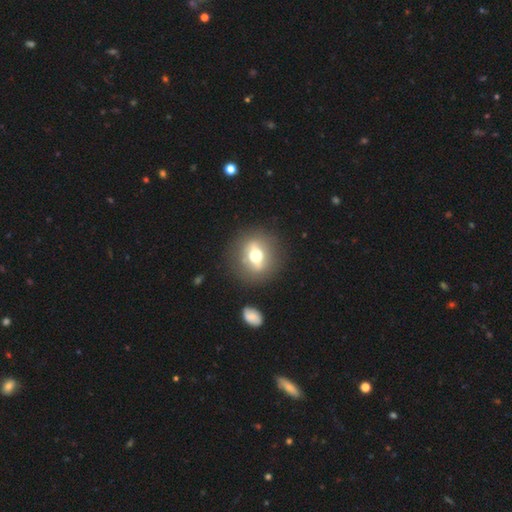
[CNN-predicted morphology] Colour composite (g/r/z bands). It shows a featured or disk galaxy (54%). Merging: none (83%).